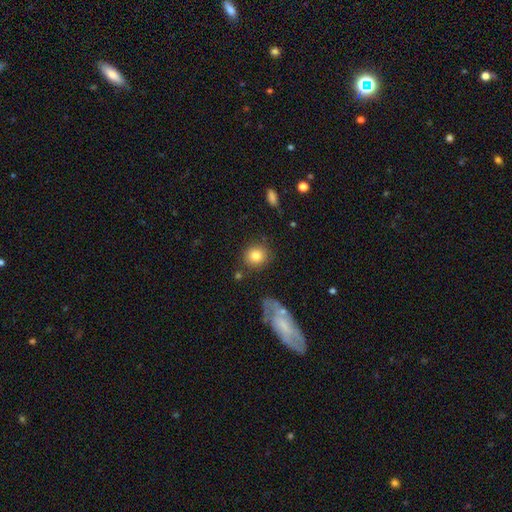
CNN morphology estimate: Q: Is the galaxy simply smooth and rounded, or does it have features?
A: smooth — 83%.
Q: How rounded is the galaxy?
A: round — 83%.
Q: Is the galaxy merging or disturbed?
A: none — 81%.